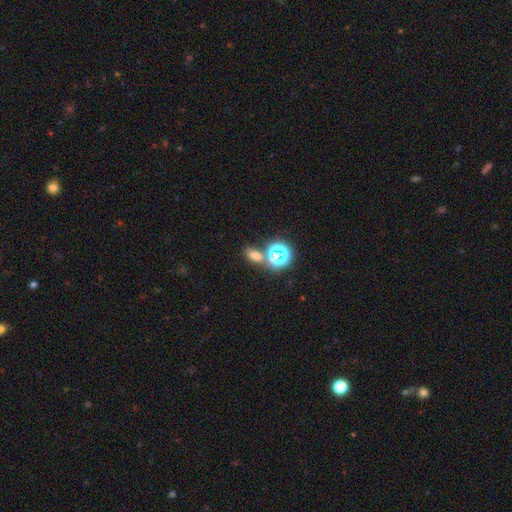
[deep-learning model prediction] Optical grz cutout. It shows a smooth galaxy with no disk features (62%) that is in between round and cigar-shaped (72%). Merging: none (67%).